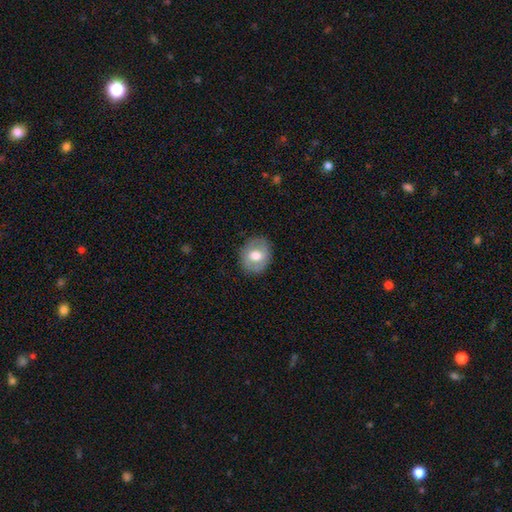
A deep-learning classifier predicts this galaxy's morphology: This appears to be a smooth galaxy with no disk features (61%) that is round (61%). Merging: none (84%).